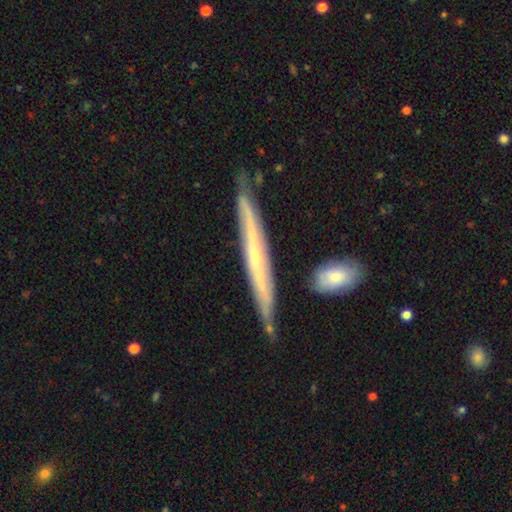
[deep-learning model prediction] smooth-or-featured: featured or disk: 72% | smooth: 23% | star or artifact: 6%
  disk-edge-on: yes: 90% | no: 10%
    edge-on-bulge: none: 55% | rounded: 41% | boxy: 4%
  merging: none: 76% | minor disturbance: 17% | merger: 4% | major disturbance: 3%